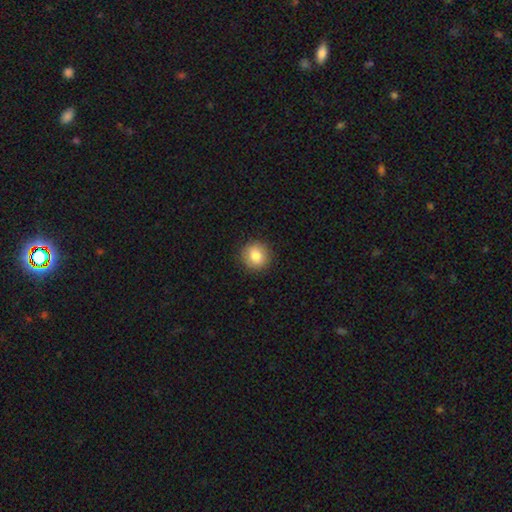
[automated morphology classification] A smooth galaxy with no disk features (83%) that is round (91%). Merging: none (90%).